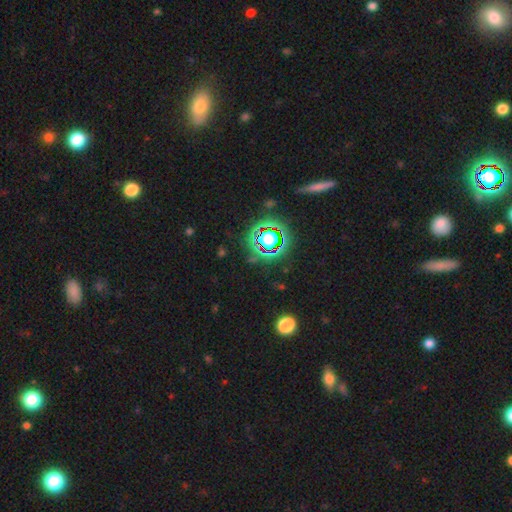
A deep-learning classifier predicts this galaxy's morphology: star or artifact 69%, smooth 21%, featured or disk 10%.